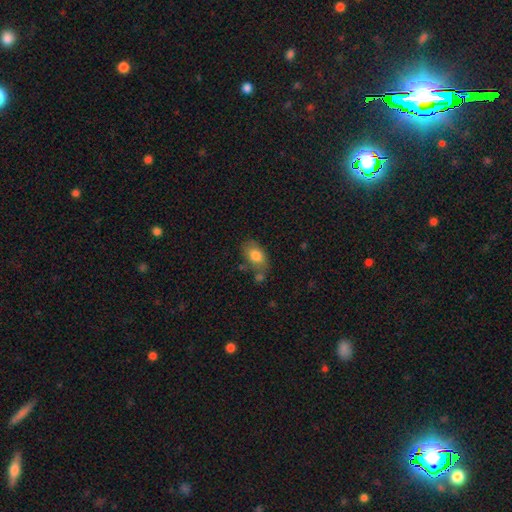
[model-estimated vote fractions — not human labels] This appears to be a smooth galaxy with no disk features (79%) that is in between round and cigar-shaped (89%). Merging: none (59%).